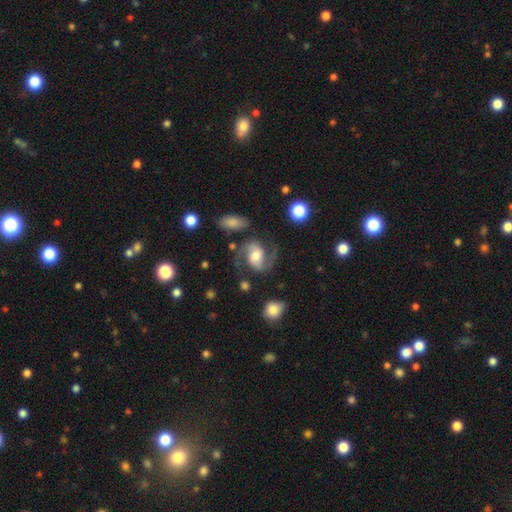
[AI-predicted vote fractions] Smooth or featured: featured or disk — 85% (smooth — 10%)
Edge-on disk: no — 98% (yes — 2%)
Bar: weak — 42% (no — 36%)
Spiral arms: yes — 96% (no — 4%)
Spiral winding: medium — 57% (loose — 29%)
Spiral arm count: 2 — 94% (can't tell — 2%)
Bulge size: moderate — 55% (large — 26%)
Merging: none — 71% (minor disturbance — 15%)